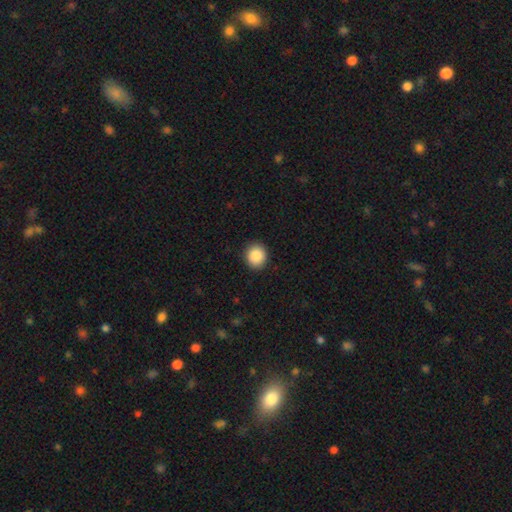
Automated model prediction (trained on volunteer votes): Smooth or featured? smooth (87%)
How rounded? round (85%)
Merging? none (92%)